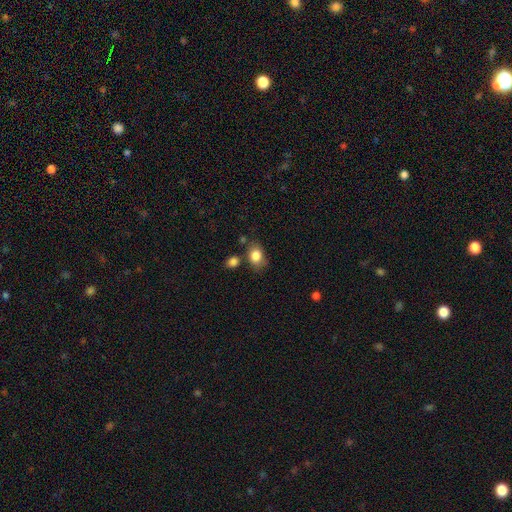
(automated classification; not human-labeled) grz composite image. It shows a smooth galaxy with no disk features (84%) that is in between round and cigar-shaped (67%). Merging: none (66%).